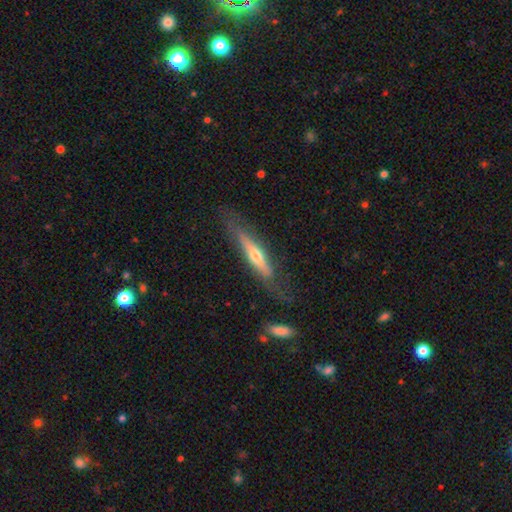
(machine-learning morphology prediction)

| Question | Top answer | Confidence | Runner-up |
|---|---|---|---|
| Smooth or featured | featured or disk | 59% | smooth (36%) |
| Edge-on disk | yes | 84% | no (16%) |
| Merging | none | 67% | minor disturbance (21%) |